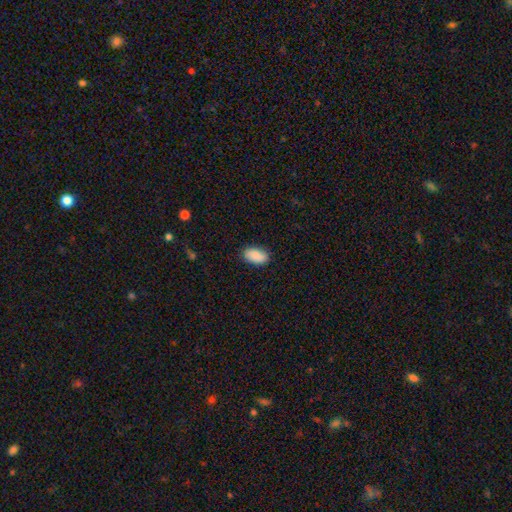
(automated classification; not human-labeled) A smooth galaxy with no disk features (90%) that is in between round and cigar-shaped (94%).

Vote fractions:
- Smooth or featured? smooth: 90% / star or artifact: 6% / featured or disk: 4%
- How rounded? in between: 94% / round: 4% / cigar-shaped: 2%
- Merging? none: 87% / minor disturbance: 10% / major disturbance: 2% / merger: 1%